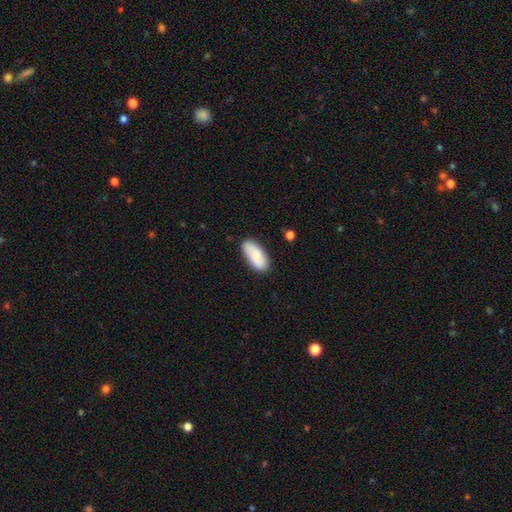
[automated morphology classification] Overall: smooth (82%). How rounded: in between (89%). Merging: none (82%).